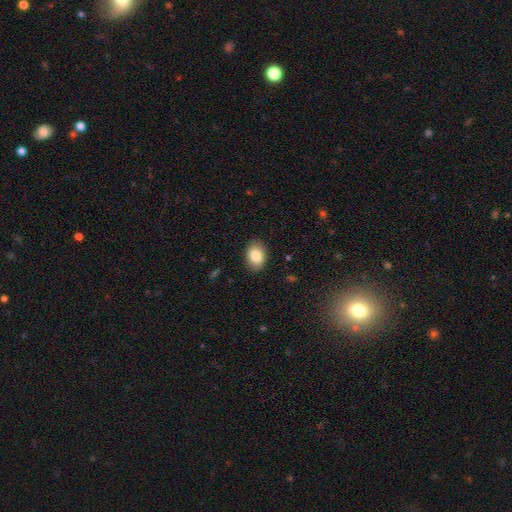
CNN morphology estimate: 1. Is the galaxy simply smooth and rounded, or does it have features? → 85% smooth, 8% featured or disk, 7% star or artifact.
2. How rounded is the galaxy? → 83% in between, 16% round, 1% cigar-shaped.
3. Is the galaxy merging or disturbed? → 87% none, 10% minor disturbance, 2% major disturbance, 1% merger.